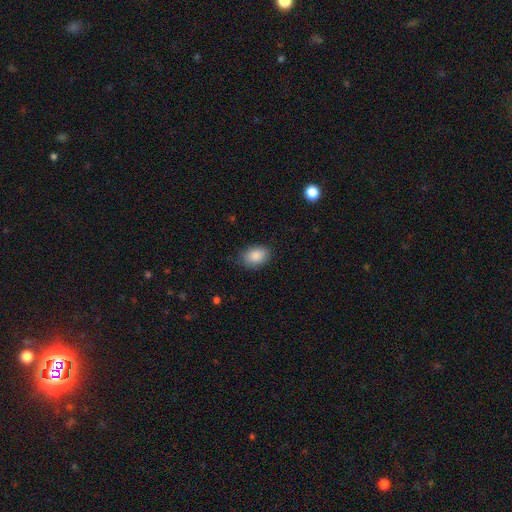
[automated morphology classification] Smooth or featured?
  - smooth: 88% *
  - star or artifact: 7%
  - featured or disk: 5%
How rounded?
  - in between: 81% *
  - round: 18%
  - cigar-shaped: 1%
Merging?
  - none: 81% *
  - minor disturbance: 15%
  - major disturbance: 3%
  - merger: 1%